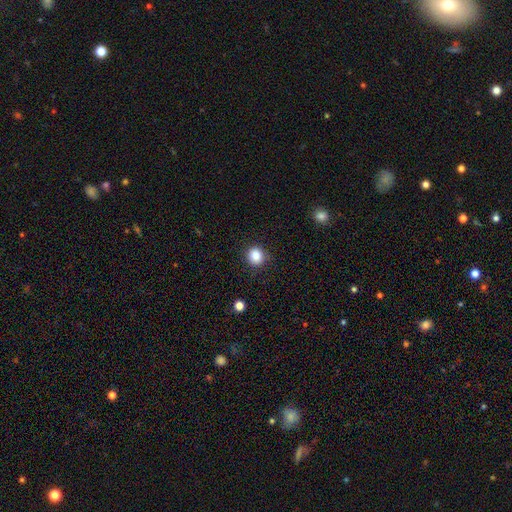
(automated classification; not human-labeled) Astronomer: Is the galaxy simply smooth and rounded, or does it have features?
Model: smooth — 86%.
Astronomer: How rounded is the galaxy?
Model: round — 84%.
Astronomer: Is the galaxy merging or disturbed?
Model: none — 86%.